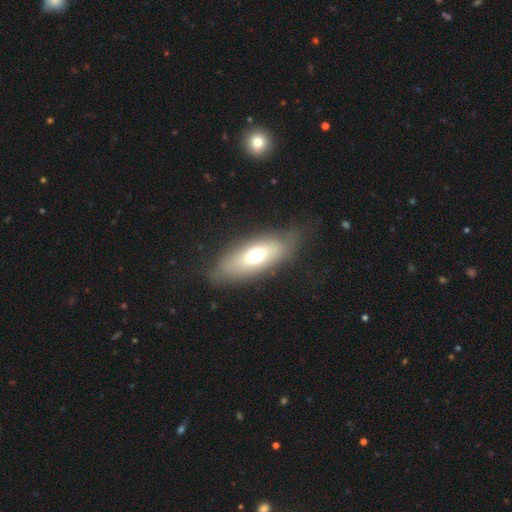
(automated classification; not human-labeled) This appears to be a smooth galaxy with no disk features (61%) that is in between round and cigar-shaped (78%). Merging: none (76%).